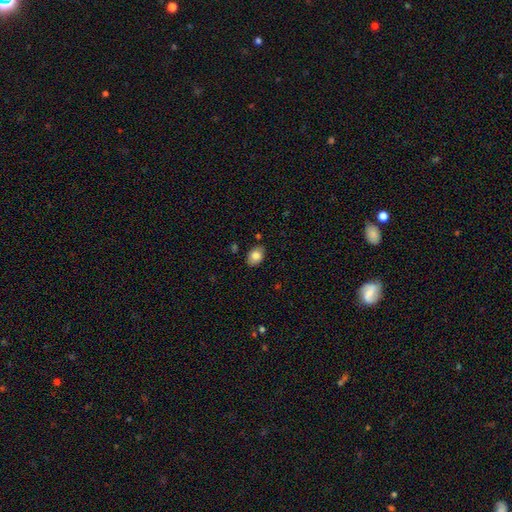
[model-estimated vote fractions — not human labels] smooth 84%, featured or disk 9%, star or artifact 8%. Down the decision tree: how rounded — in between (77%); merging — none (84%).